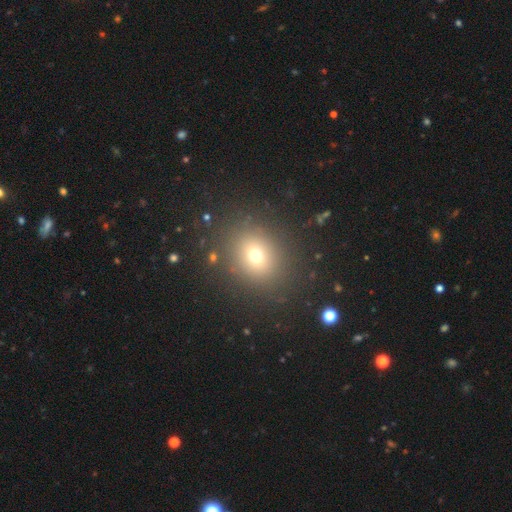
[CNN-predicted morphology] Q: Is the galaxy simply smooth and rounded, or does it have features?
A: smooth — 69%.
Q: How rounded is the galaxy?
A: round — 68%.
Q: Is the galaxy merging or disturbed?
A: none — 85%.